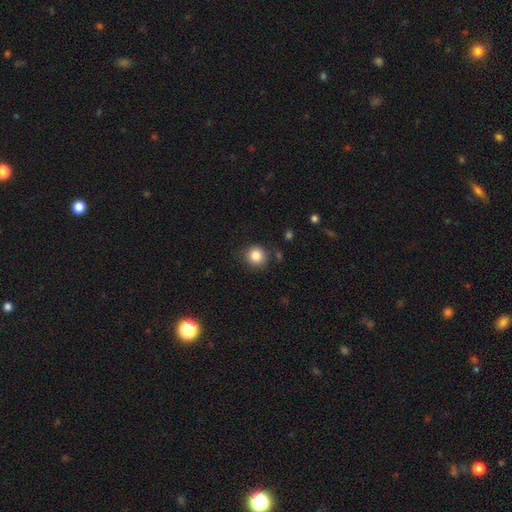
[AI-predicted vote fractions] A smooth galaxy with no disk features (85%) that is round (91%). Merging: none (86%).